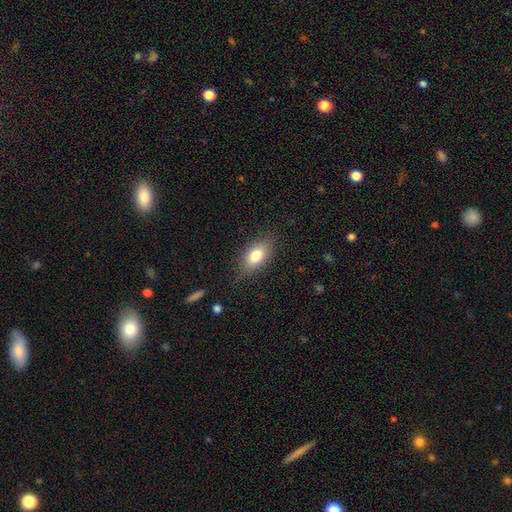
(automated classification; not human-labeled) This appears to be a smooth galaxy with no disk features (78%) that is in between round and cigar-shaped (86%). Merging: none (81%).